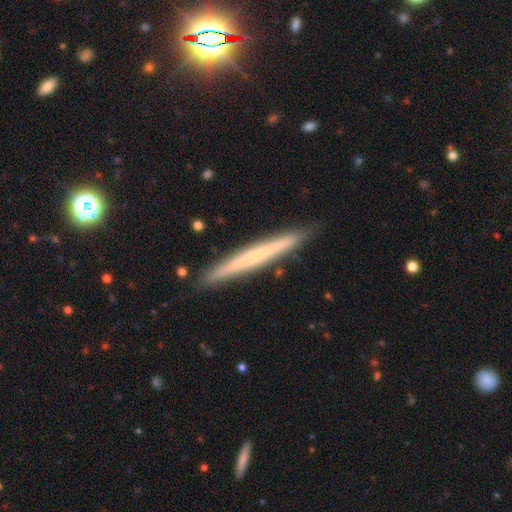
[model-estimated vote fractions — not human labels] Overall: featured or disk (47%; smooth 46%). Merging: none (90%).